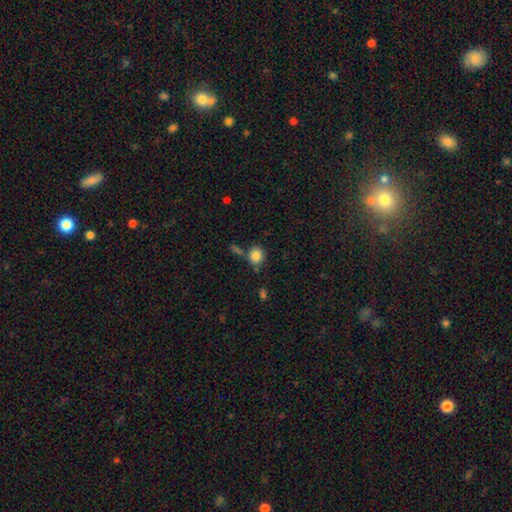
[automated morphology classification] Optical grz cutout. It shows a smooth galaxy with no disk features (84%) that is round (77%). Merging: none (69%).